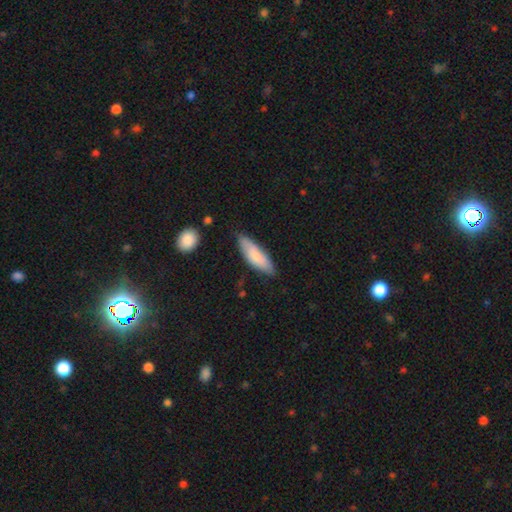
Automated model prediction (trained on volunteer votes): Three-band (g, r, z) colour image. It shows a smooth galaxy with no disk features (79%) that is in between round and cigar-shaped (51%). Merging: none (73%).